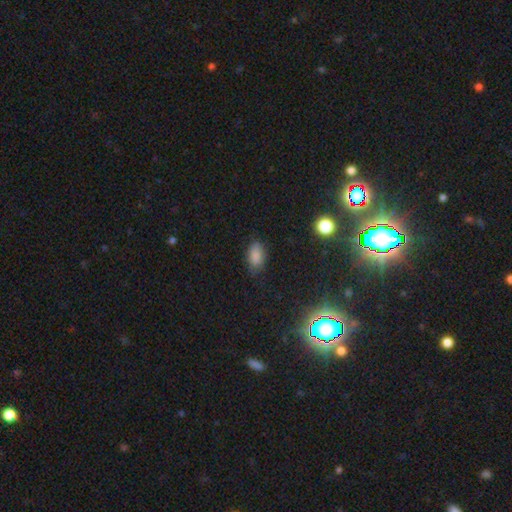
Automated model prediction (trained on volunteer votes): This is clearly a smooth galaxy (84%). How rounded: clearly in between (92%). Merging: likely none (77%).